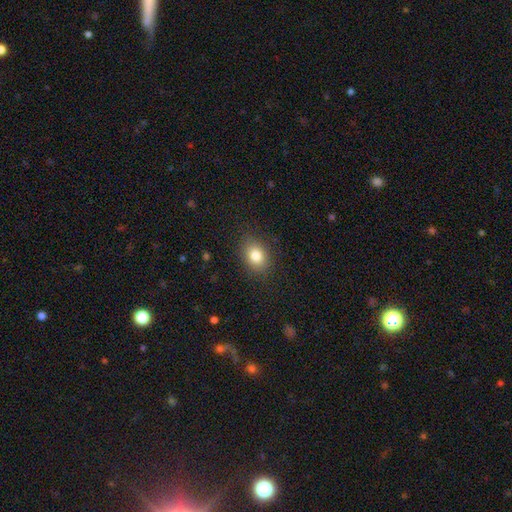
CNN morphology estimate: Q: Smooth or featured?
A: smooth (82%); runner-up: star or artifact (10%)
Q: How rounded?
A: in between (62%); runner-up: round (37%)
Q: Merging?
A: none (86%); runner-up: minor disturbance (10%)